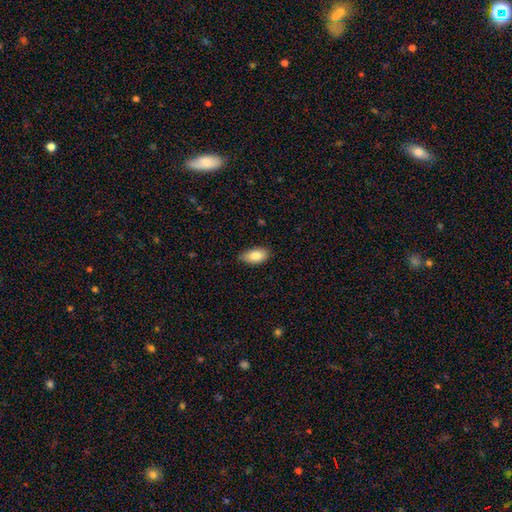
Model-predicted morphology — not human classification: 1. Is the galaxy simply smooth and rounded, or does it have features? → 84% smooth, 9% featured or disk, 7% star or artifact.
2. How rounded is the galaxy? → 93% in between, 4% cigar-shaped, 3% round.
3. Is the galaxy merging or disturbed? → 81% none, 16% minor disturbance, 2% major disturbance, 1% merger.